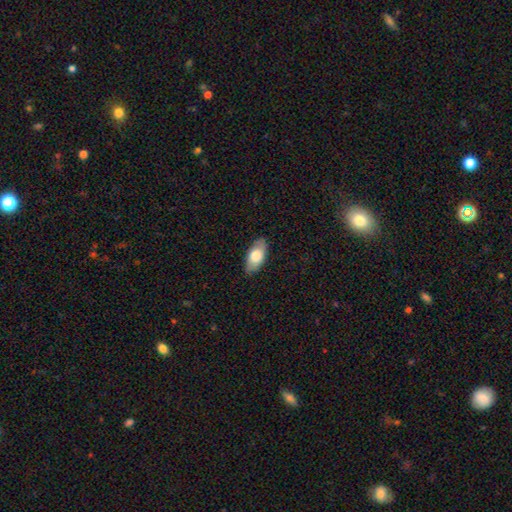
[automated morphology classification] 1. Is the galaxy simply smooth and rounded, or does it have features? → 75% smooth, 20% featured or disk, 6% star or artifact.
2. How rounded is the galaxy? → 90% in between, 7% cigar-shaped, 3% round.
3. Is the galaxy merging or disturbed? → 85% none, 11% minor disturbance, 2% major disturbance, 1% merger.